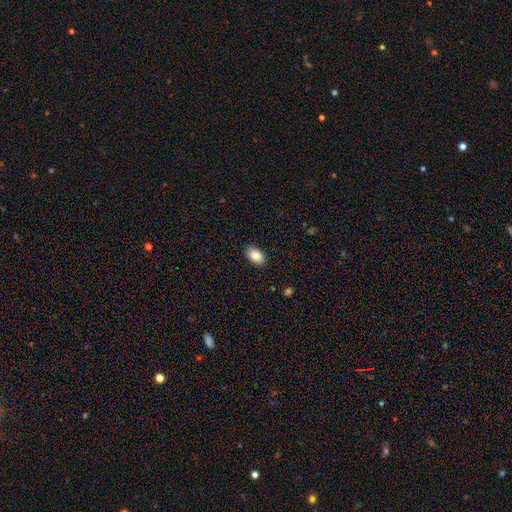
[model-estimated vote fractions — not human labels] smooth-or-featured: smooth: 87% | star or artifact: 7% | featured or disk: 6%
  how-rounded: in between: 91% | round: 8% | cigar-shaped: 1%
  merging: none: 89% | minor disturbance: 8% | major disturbance: 2% | merger: 1%